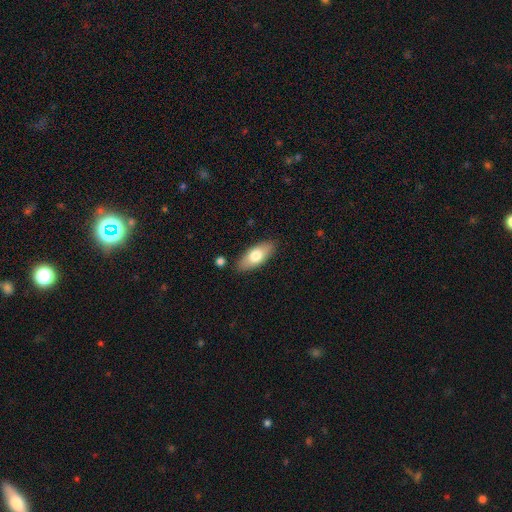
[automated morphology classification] A smooth galaxy with no disk features (71%) that is in between round and cigar-shaped (81%).

Vote fractions:
- Smooth or featured? smooth: 71% / featured or disk: 23% / star or artifact: 6%
- How rounded? in between: 81% / cigar-shaped: 16% / round: 3%
- Merging? none: 86% / minor disturbance: 10% / merger: 2% / major disturbance: 2%